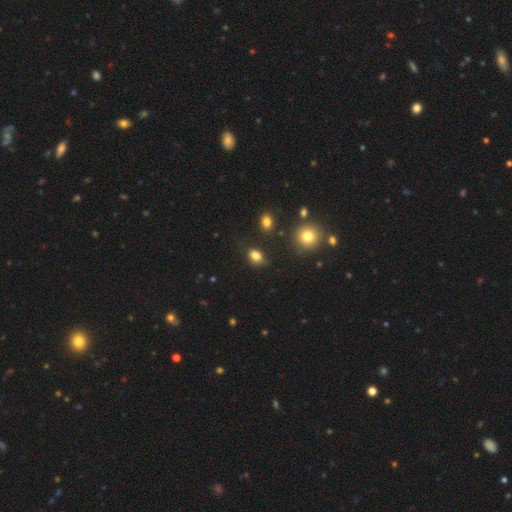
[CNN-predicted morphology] Smooth or featured? Predicted: smooth (p=0.81). How rounded? Predicted: in between (p=0.68). Merging? Predicted: none (p=0.72).